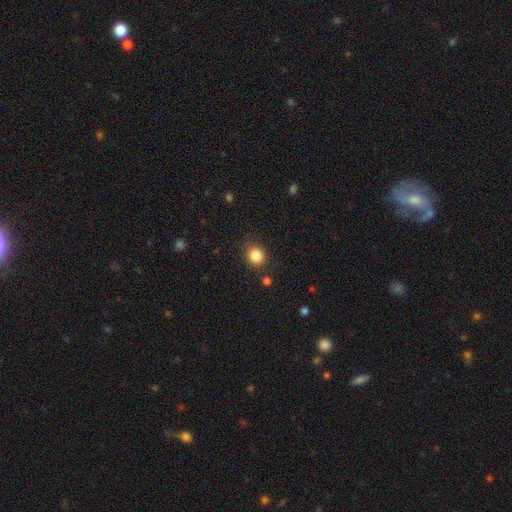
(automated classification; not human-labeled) smooth_or_featured: smooth (p=0.85) [alt: star or artifact p=0.10]
how_rounded: round (p=0.73) [alt: in between p=0.27]
merging: none (p=0.83) [alt: minor disturbance p=0.12]